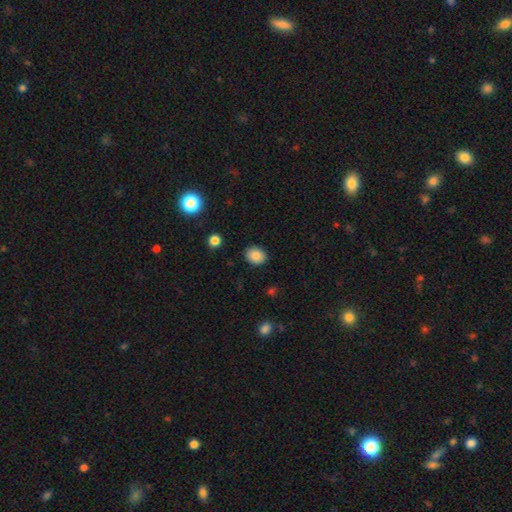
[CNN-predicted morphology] type=smooth (87%); roundness=round (58%); merging=none (88%).